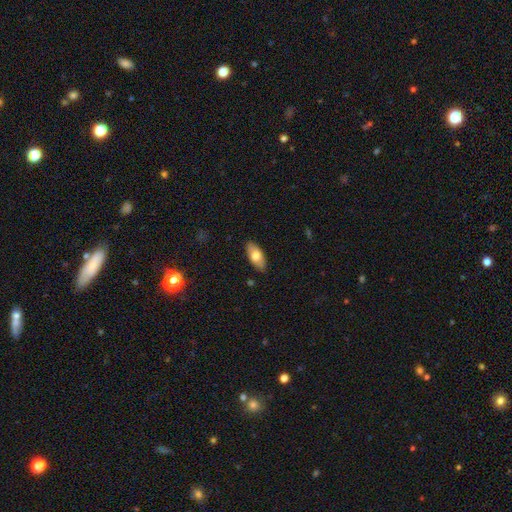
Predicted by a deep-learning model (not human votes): Smooth or featured? smooth (74%)
How rounded? in between (86%)
Merging? none (87%)